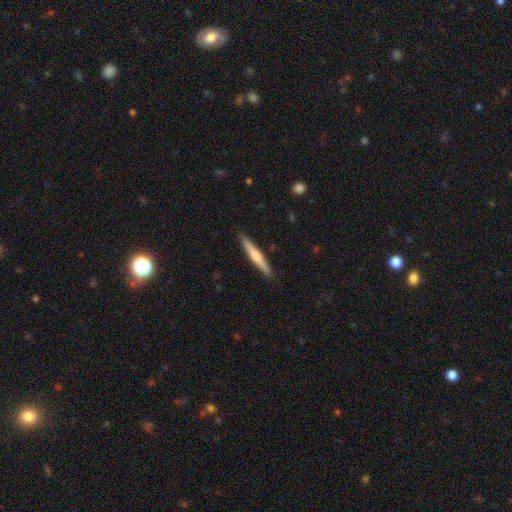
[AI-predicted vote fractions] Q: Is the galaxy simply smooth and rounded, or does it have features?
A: featured or disk — 50%.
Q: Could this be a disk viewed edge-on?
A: yes — 97%.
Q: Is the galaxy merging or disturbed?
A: none — 91%.